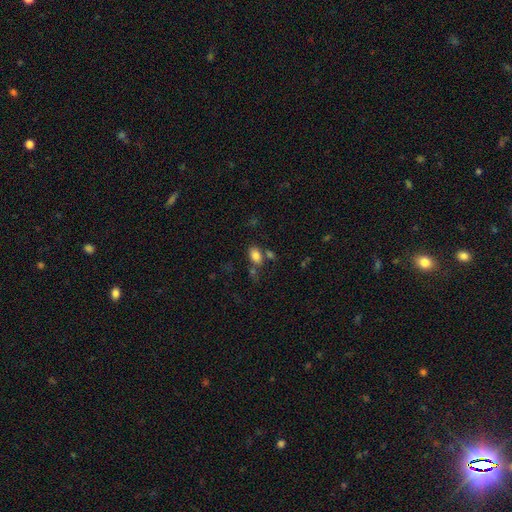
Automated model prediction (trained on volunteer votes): Smooth or featured? Predicted: smooth (p=0.82). How rounded? Predicted: in between (p=0.87). Merging? Predicted: none (p=0.61).